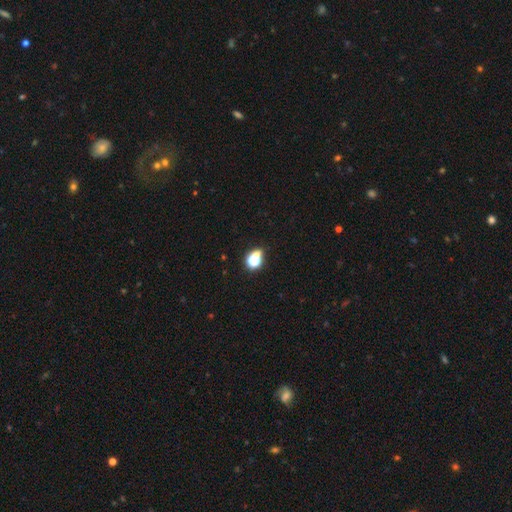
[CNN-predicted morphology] smooth 56%, star or artifact 32%, featured or disk 12%. Down the decision tree: how rounded — round (56%); merging — none (53%).